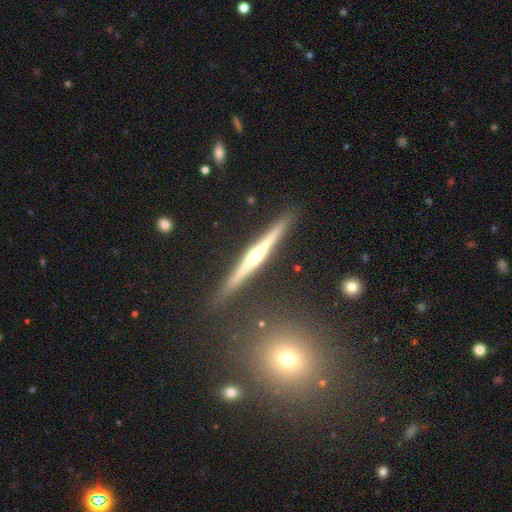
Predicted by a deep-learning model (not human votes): Overall: featured or disk (80%). Edge-on disk: yes (98%). Edge-on bulge: rounded (86%). Merging: none (90%).